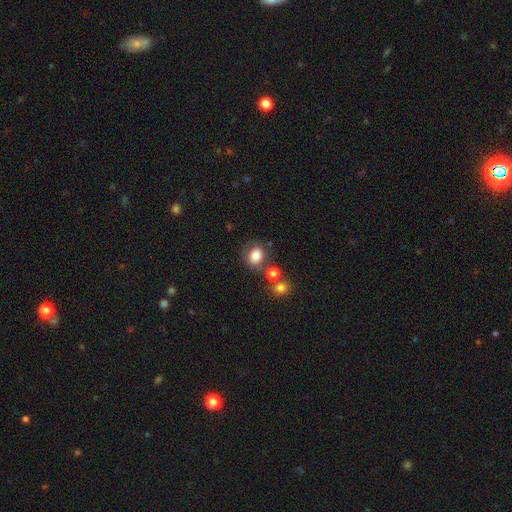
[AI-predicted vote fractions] Q: Smooth or featured?
A: smooth (82%); runner-up: star or artifact (11%)
Q: How rounded?
A: round (52%); runner-up: in between (47%)
Q: Merging?
A: none (65%); runner-up: minor disturbance (15%)